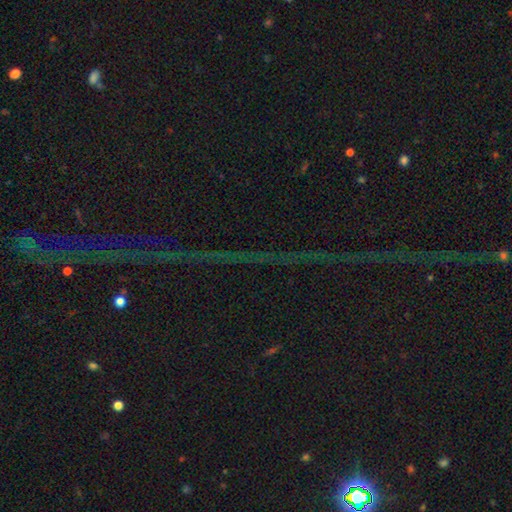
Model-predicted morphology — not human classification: A star or artifact, not a galaxy (80%).

Vote fractions:
- Smooth or featured? star or artifact: 80% / featured or disk: 12% / smooth: 8%